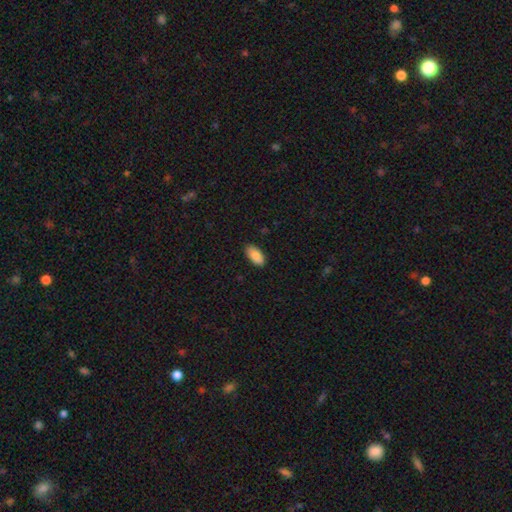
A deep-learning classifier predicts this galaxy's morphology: Smooth or featured? smooth (87%)
How rounded? in between (94%)
Merging? none (87%)